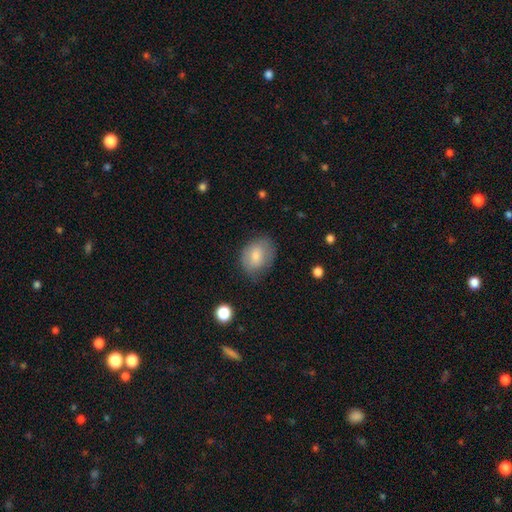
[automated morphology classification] smooth_or_featured: smooth (p=0.71) [alt: featured or disk p=0.21]
how_rounded: in between (p=0.59) [alt: round p=0.40]
merging: none (p=0.71) [alt: minor disturbance p=0.22]